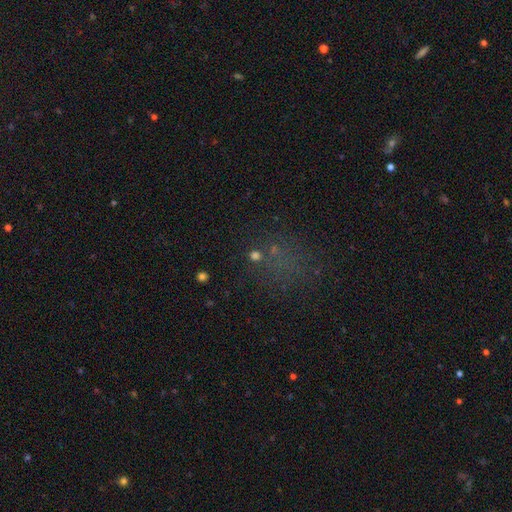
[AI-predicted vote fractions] smooth_or_featured: smooth (p=0.42) [tied with: star or artifact p=0.42]
merging: none (p=0.61) [alt: major disturbance p=0.14]